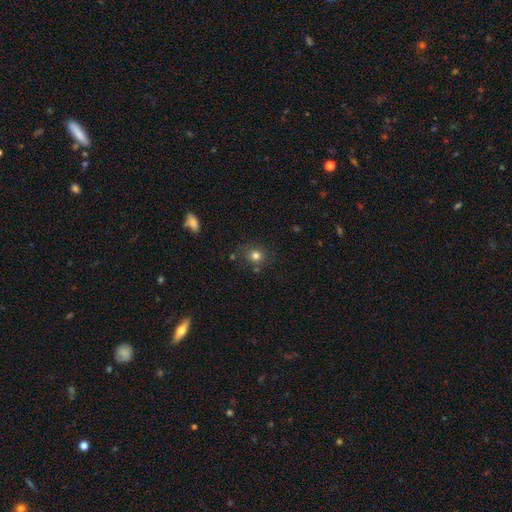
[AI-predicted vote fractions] Smooth or featured? Predicted: smooth (p=0.79). How rounded? Predicted: round (p=0.80). Merging? Predicted: none (p=0.78).